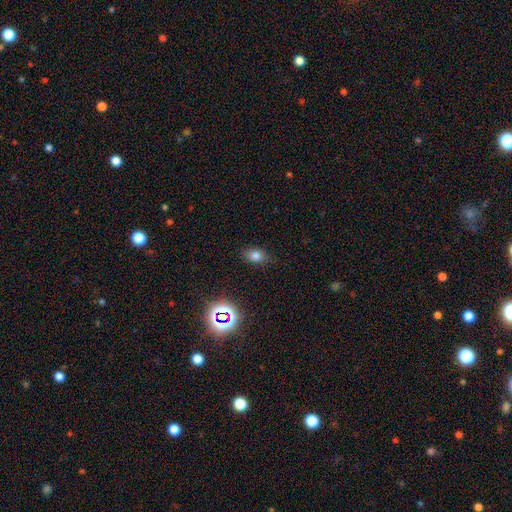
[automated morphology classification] Smooth or featured?
  - smooth: 75% *
  - star or artifact: 17%
  - featured or disk: 8%
How rounded?
  - in between: 73% *
  - round: 25%
  - cigar-shaped: 2%
Merging?
  - none: 82% *
  - minor disturbance: 14%
  - major disturbance: 3%
  - merger: 1%